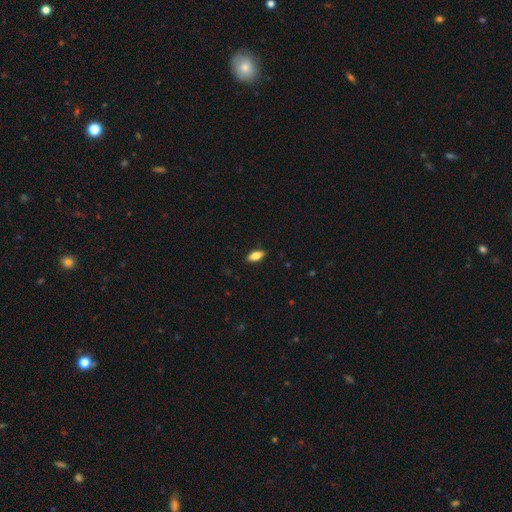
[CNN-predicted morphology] type=smooth (78%); roundness=in between (84%); merging=none (87%).